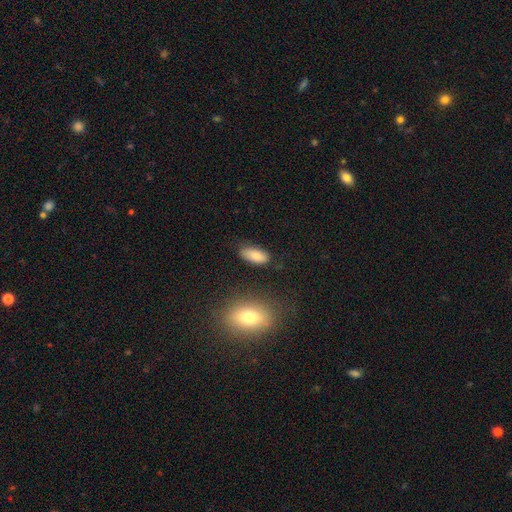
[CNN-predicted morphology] smooth-or-featured: smooth: 84% | featured or disk: 8% | star or artifact: 7%
  how-rounded: in between: 85% | cigar-shaped: 12% | round: 3%
  merging: none: 80% | minor disturbance: 14% | major disturbance: 3% | merger: 3%